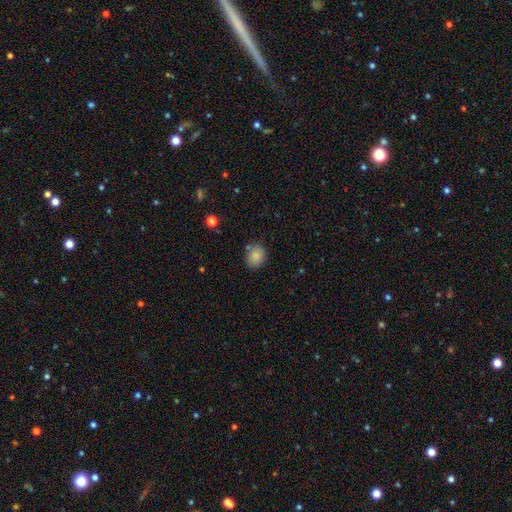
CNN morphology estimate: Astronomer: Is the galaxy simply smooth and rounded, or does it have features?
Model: smooth — 86%.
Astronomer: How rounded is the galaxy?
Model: in between — 51% (runner-up: round, 48%).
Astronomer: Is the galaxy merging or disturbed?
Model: none — 79%.